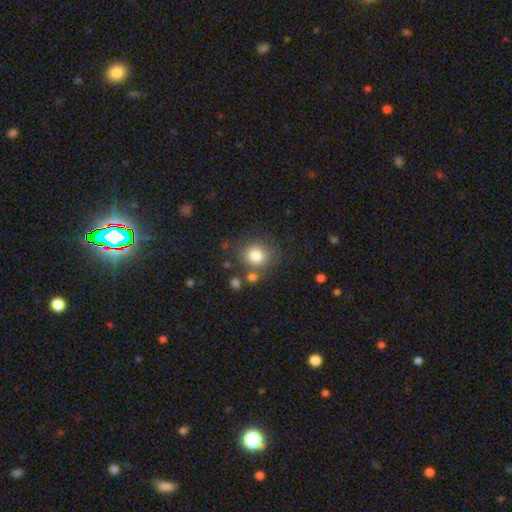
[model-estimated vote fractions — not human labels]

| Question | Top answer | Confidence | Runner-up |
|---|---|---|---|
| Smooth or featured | smooth | 81% | star or artifact (11%) |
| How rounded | round | 78% | in between (21%) |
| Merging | none | 75% | minor disturbance (11%) |